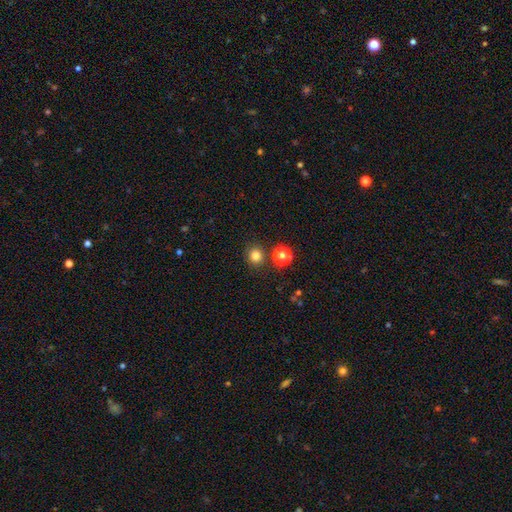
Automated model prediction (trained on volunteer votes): A smooth galaxy with no disk features (80%) that is round (89%). Merging: none (84%).